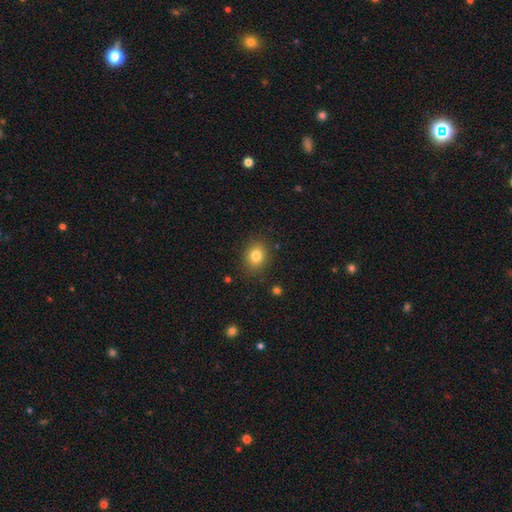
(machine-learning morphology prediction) A smooth galaxy with no disk features (81%) that is round (60%).

Vote fractions:
- Smooth or featured? smooth: 81% / star or artifact: 11% / featured or disk: 8%
- How rounded? round: 60% / in between: 39% / cigar-shaped: 1%
- Merging? none: 87% / minor disturbance: 9% / major disturbance: 3% / merger: 1%